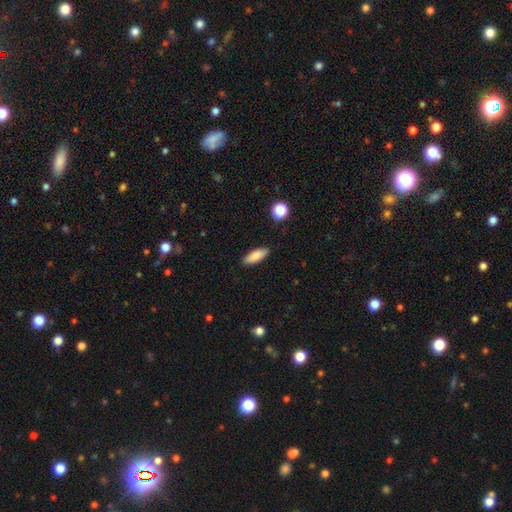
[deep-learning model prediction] smooth 84%, featured or disk 9%, star or artifact 7%. Down the decision tree: how rounded — in between (67%); merging — none (88%).